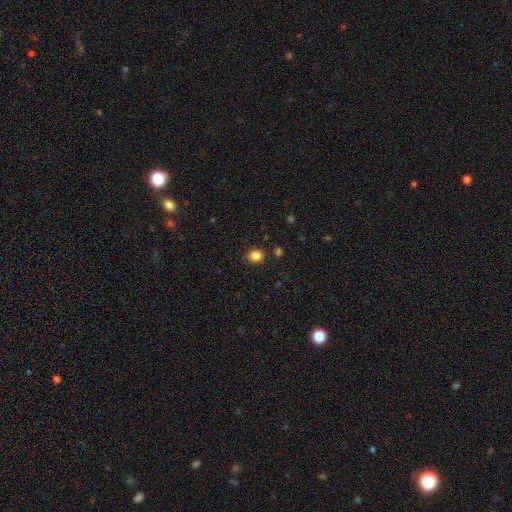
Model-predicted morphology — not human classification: smooth_or_featured: smooth (p=0.84) [alt: star or artifact p=0.12]
how_rounded: round (p=0.85) [alt: in between p=0.14]
merging: none (p=0.87) [alt: minor disturbance p=0.07]